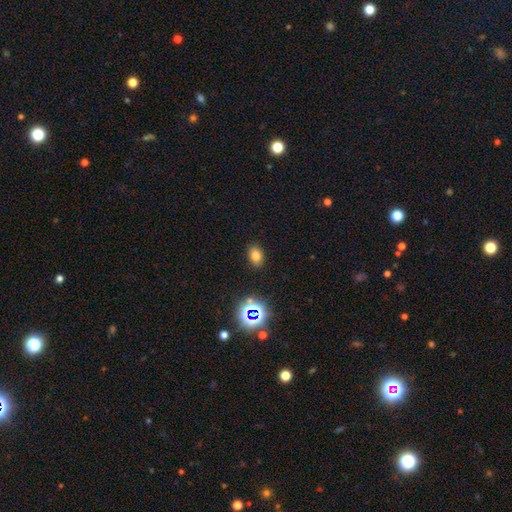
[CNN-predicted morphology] Smooth or featured? Predicted: smooth (p=0.75). How rounded? Predicted: in between (p=0.78). Merging? Predicted: none (p=0.87).